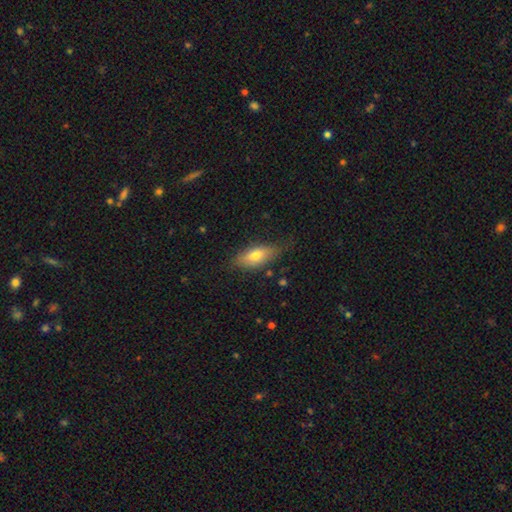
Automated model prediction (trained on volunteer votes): The model was most divided on "smooth or featured": smooth: 71%, featured or disk: 22%, star or artifact: 7%. More confident: how rounded — in between (80%); merging — none (71%).